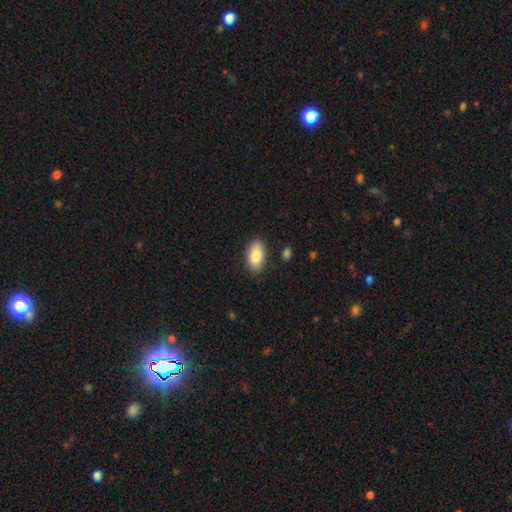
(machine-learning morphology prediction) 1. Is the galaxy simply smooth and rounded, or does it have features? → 87% smooth, 7% featured or disk, 6% star or artifact.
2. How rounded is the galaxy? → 92% in between, 4% cigar-shaped, 3% round.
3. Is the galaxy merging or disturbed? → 85% none, 11% minor disturbance, 2% major disturbance, 2% merger.